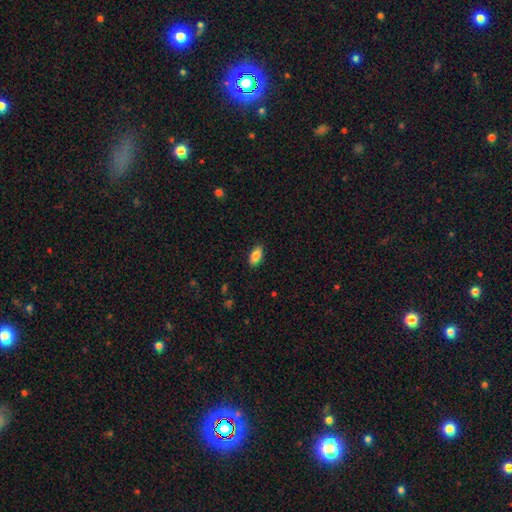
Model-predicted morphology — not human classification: smooth-or-featured: smooth: 85% | star or artifact: 7% | featured or disk: 7%
  how-rounded: in between: 91% | cigar-shaped: 5% | round: 4%
  merging: none: 88% | minor disturbance: 9% | major disturbance: 2% | merger: 1%